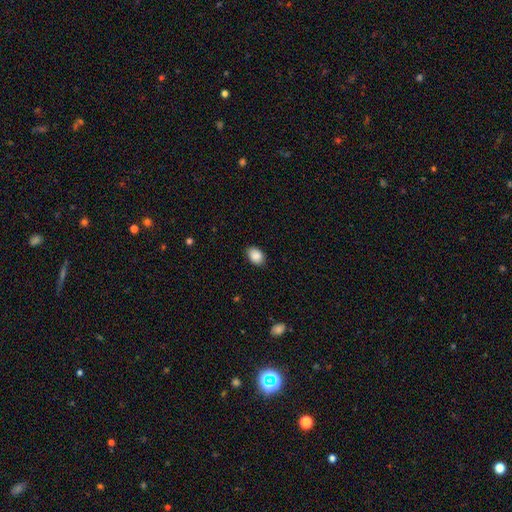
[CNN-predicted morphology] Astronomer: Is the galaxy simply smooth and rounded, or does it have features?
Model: smooth — 89%.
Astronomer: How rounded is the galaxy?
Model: in between — 82%.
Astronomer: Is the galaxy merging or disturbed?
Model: none — 87%.